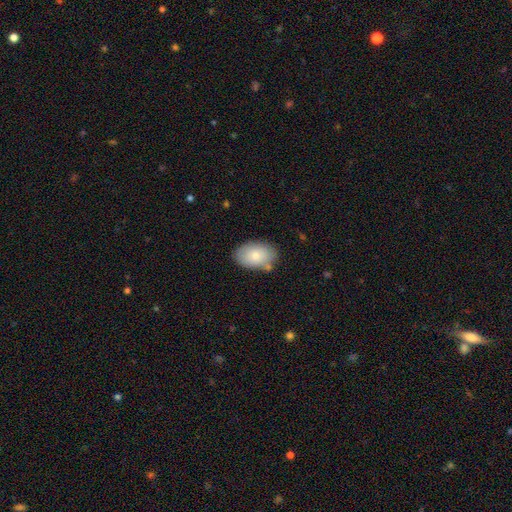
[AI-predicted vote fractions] Overall: smooth (81%). How rounded: in between (89%). Merging: none (75%).